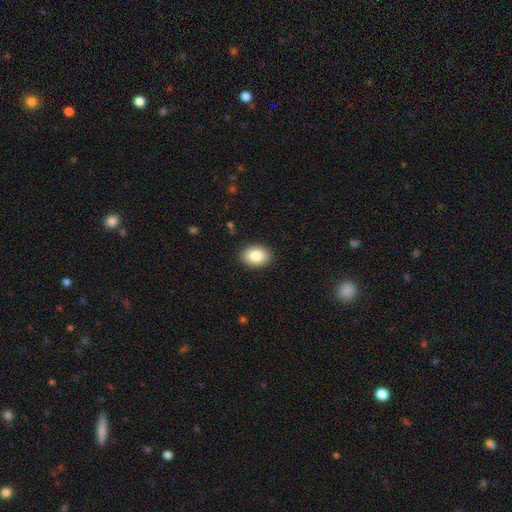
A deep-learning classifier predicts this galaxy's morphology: Q: Smooth or featured?
A: smooth (86%); runner-up: star or artifact (7%)
Q: How rounded?
A: in between (78%); runner-up: round (21%)
Q: Merging?
A: none (90%); runner-up: minor disturbance (7%)